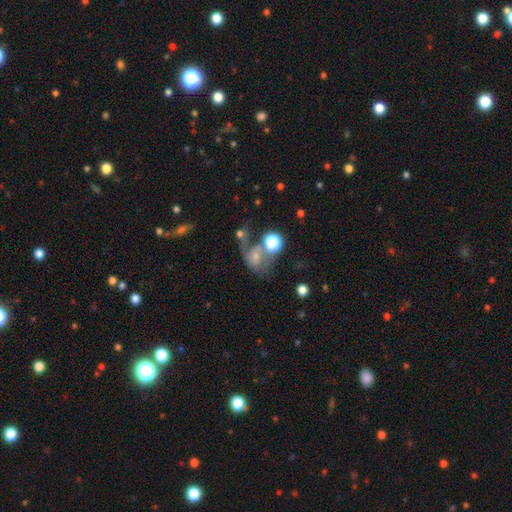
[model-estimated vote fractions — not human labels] Smooth or featured?
  - smooth: 46% *
  - featured or disk: 36%
  - star or artifact: 17%
Merging?
  - major disturbance: 32% *
  - merger: 31%
  - none: 22%
  - minor disturbance: 15%